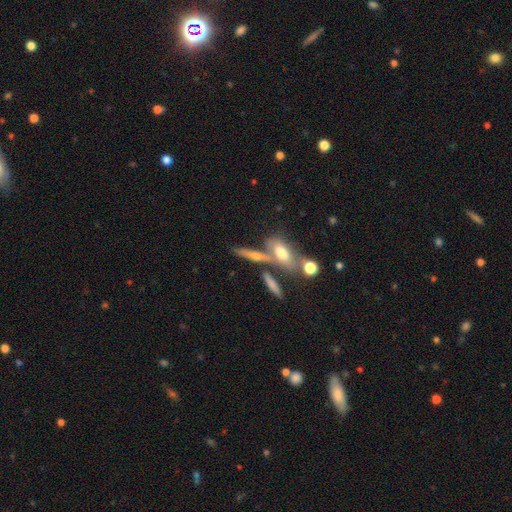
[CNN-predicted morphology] Smooth or featured? smooth (49%)
Merging? none (47%)